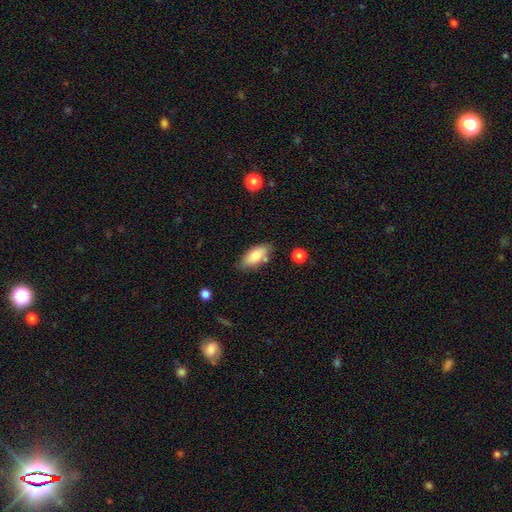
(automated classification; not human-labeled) Morphology: type=smooth (81%); roundness=in between (87%); merging=none (75%).